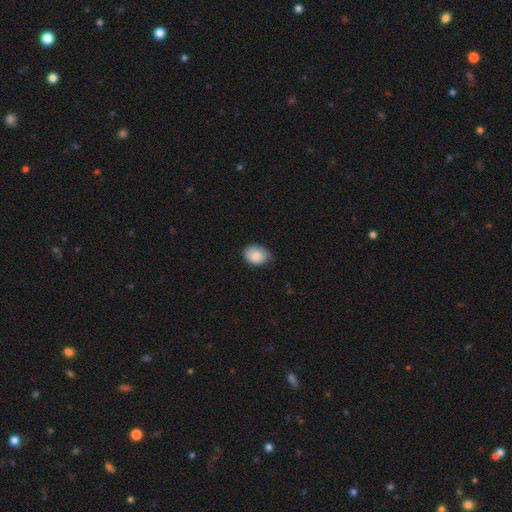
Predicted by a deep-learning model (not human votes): smooth 84%, featured or disk 8%, star or artifact 7%. Down the decision tree: how rounded — in between (65%); merging — none (71%).